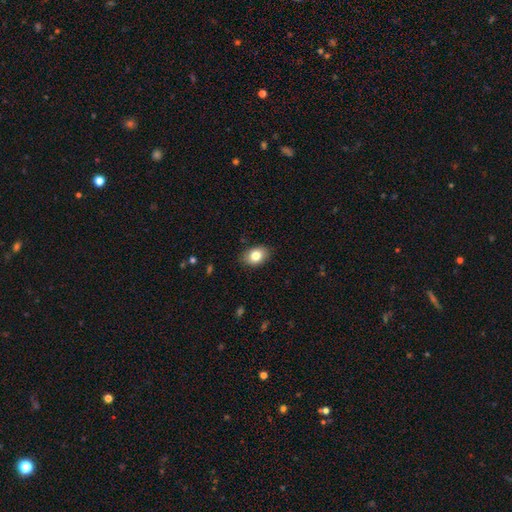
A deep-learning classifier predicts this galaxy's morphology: This appears to be a smooth galaxy with no disk features (82%) that is in between round and cigar-shaped (77%). Merging: none (85%).